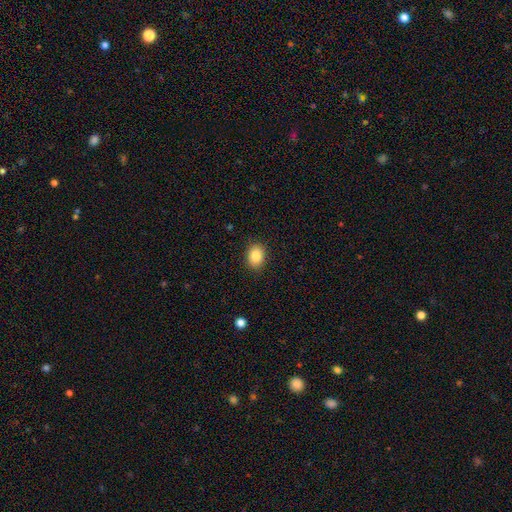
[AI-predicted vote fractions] smooth 85%, star or artifact 9%, featured or disk 6%. Down the decision tree: how rounded — in between (61%); merging — none (88%).